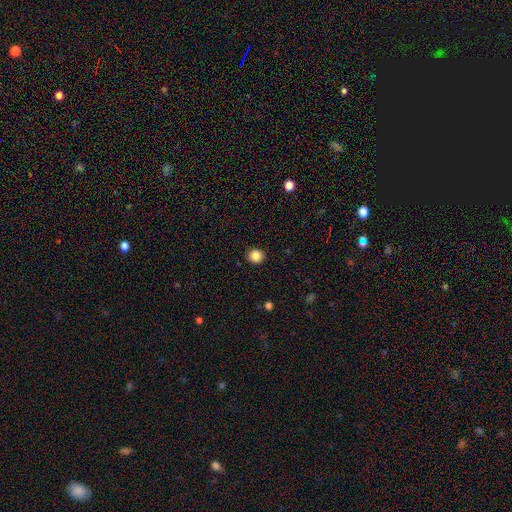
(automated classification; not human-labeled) Smooth or featured?
  - smooth: 86% *
  - star or artifact: 10%
  - featured or disk: 4%
How rounded?
  - round: 85% *
  - in between: 14%
  - cigar-shaped: 1%
Merging?
  - none: 92% *
  - minor disturbance: 6%
  - major disturbance: 2%
  - merger: 1%